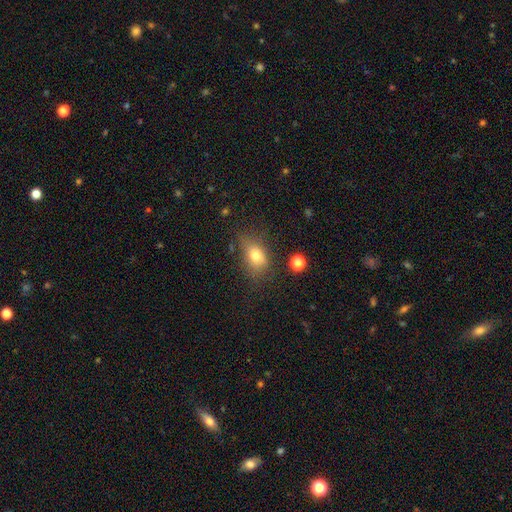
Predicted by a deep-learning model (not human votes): smooth-or-featured: smooth: 73% | featured or disk: 14% | star or artifact: 13%
  how-rounded: in between: 70% | round: 28% | cigar-shaped: 3%
  merging: none: 60% | minor disturbance: 26% | major disturbance: 11% | merger: 3%